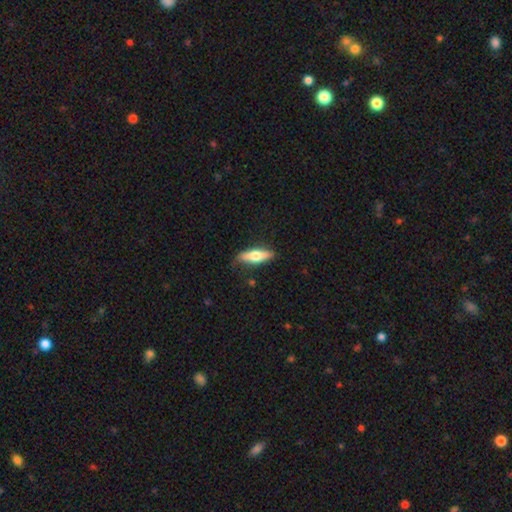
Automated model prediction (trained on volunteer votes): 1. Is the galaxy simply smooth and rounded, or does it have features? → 60% smooth, 35% featured or disk, 5% star or artifact.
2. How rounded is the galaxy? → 50% cigar-shaped, 48% in between, 2% round.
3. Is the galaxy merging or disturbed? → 84% none, 12% minor disturbance, 2% major disturbance, 1% merger.